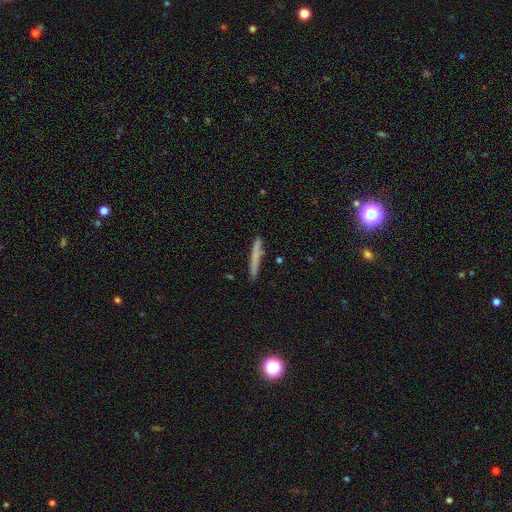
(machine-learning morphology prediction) type=smooth (69%); roundness=cigar-shaped (96%); merging=none (86%).